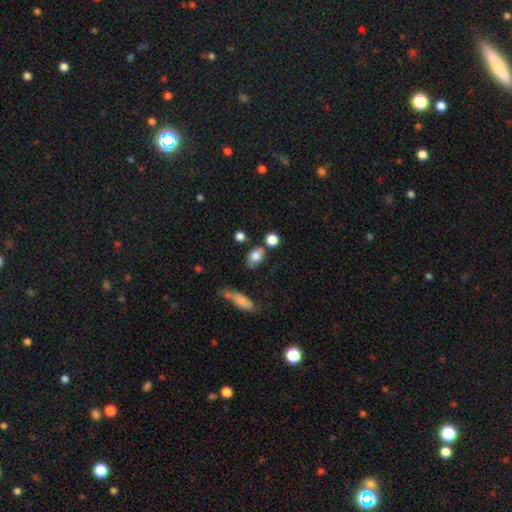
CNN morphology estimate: Smooth or featured?
  - smooth: 81% *
  - featured or disk: 10%
  - star or artifact: 10%
How rounded?
  - in between: 72% *
  - round: 25%
  - cigar-shaped: 3%
Merging?
  - none: 63% *
  - minor disturbance: 18%
  - merger: 13%
  - major disturbance: 6%